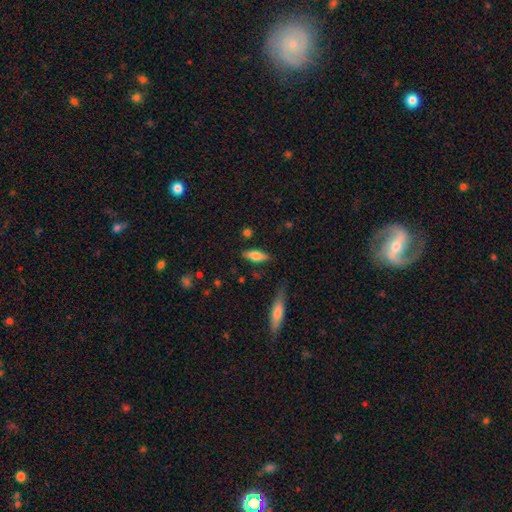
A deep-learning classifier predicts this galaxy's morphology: smooth 68%, featured or disk 25%, star or artifact 7%. Down the decision tree: how rounded — in between (62%); merging — none (81%).